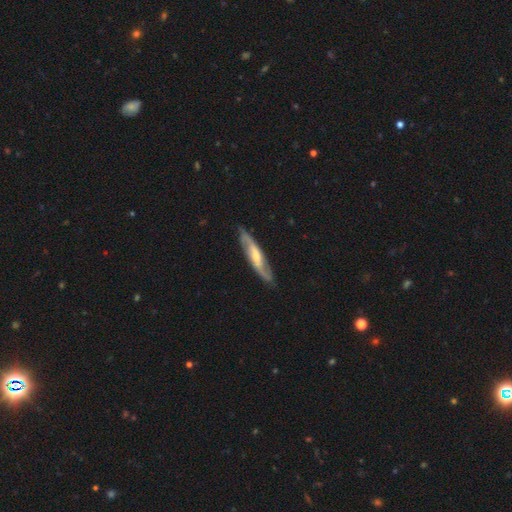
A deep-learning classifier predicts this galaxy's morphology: This appears to be a featured or disk galaxy (73%). Merging: none (84%).